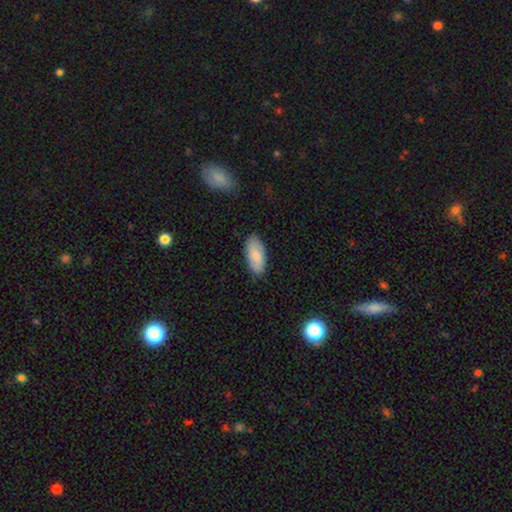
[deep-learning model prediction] smooth_or_featured: smooth (p=0.82) [alt: featured or disk p=0.12]
how_rounded: in between (p=0.92) [alt: cigar-shaped p=0.07]
merging: none (p=0.85) [alt: minor disturbance p=0.12]